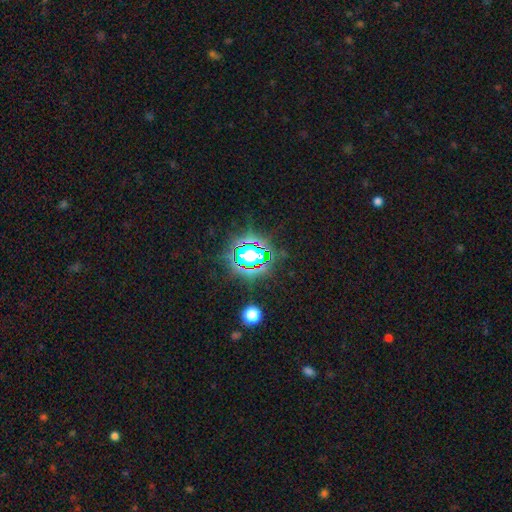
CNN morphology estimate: smooth_or_featured: star or artifact (p=0.81) [alt: smooth p=0.12]